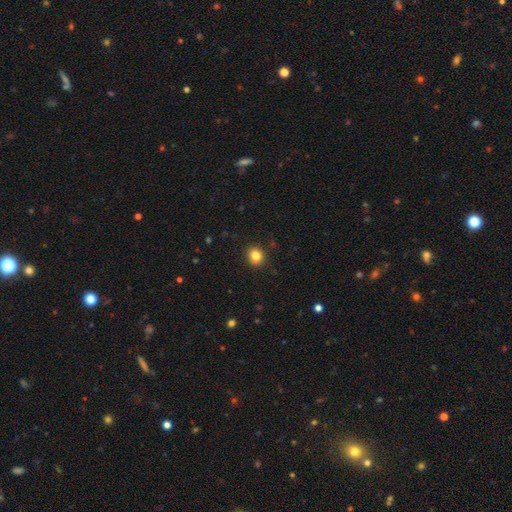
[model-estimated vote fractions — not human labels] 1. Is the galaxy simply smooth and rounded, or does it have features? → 83% smooth, 11% star or artifact, 6% featured or disk.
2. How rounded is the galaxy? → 81% round, 18% in between, 1% cigar-shaped.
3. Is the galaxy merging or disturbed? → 90% none, 7% minor disturbance, 2% major disturbance, 1% merger.